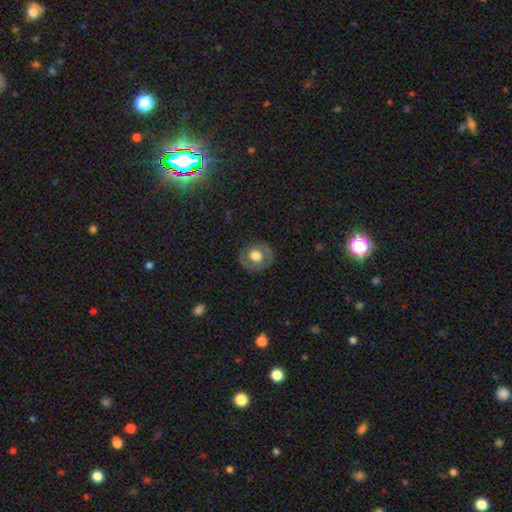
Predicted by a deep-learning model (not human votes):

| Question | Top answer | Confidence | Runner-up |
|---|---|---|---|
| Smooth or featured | smooth | 52% | featured or disk (41%) |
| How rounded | round | 78% | in between (21%) |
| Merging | none | 82% | minor disturbance (13%) |